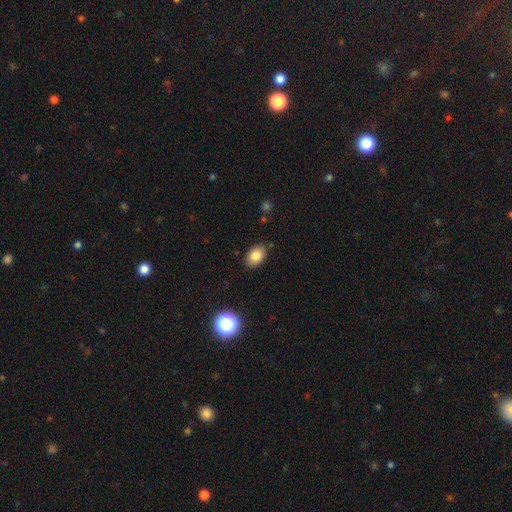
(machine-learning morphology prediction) smooth_or_featured: smooth (p=0.82) [alt: star or artifact p=0.09]
how_rounded: in between (p=0.84) [alt: round p=0.15]
merging: none (p=0.86) [alt: minor disturbance p=0.10]